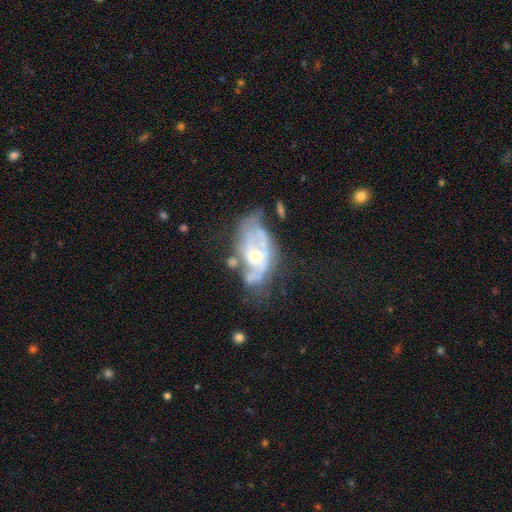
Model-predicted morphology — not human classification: A featured or disk galaxy (75%) with no bar (64%), spiral arms (58%) and a moderate central bulge (61%).

Vote fractions:
- Smooth or featured? featured or disk: 75% / smooth: 17% / star or artifact: 8%
- Edge-on disk? no: 95% / yes: 5%
- Bar? no: 64% / weak: 28% / strong: 7%
- Spiral arms? yes: 58% / no: 42%
- Bulge size? moderate: 61% / small: 25% / large: 8% / none: 4% / dominant: 1%
- Merging? none: 34% / major disturbance: 28% / minor disturbance: 24% / merger: 14%